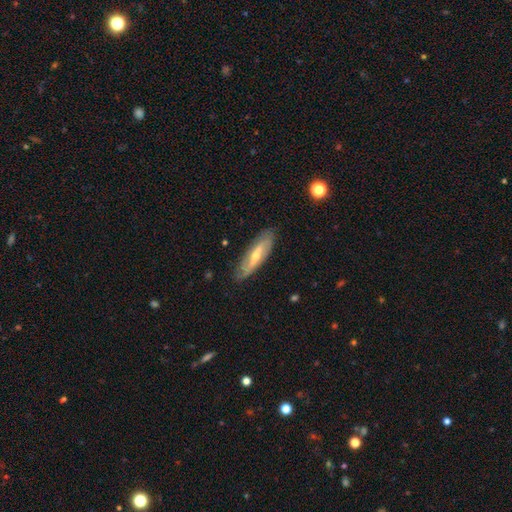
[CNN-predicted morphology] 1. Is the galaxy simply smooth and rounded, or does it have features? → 64% featured or disk, 30% smooth, 6% star or artifact.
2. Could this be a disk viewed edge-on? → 66% no, 34% yes.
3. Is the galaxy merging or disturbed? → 82% none, 14% minor disturbance, 3% major disturbance, 1% merger.